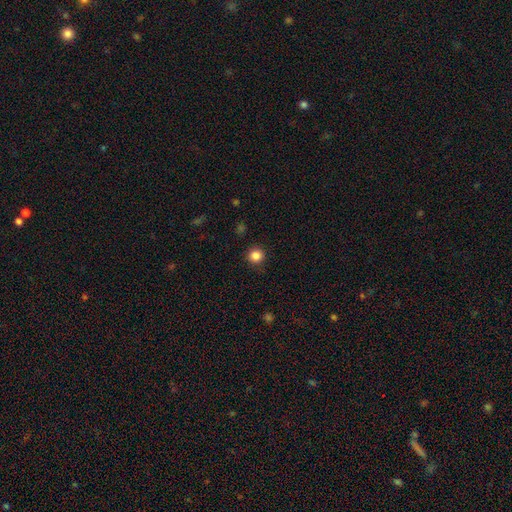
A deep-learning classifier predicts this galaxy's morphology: Smooth or featured? Predicted: smooth (p=0.85). How rounded? Predicted: round (p=0.94). Merging? Predicted: none (p=0.90).